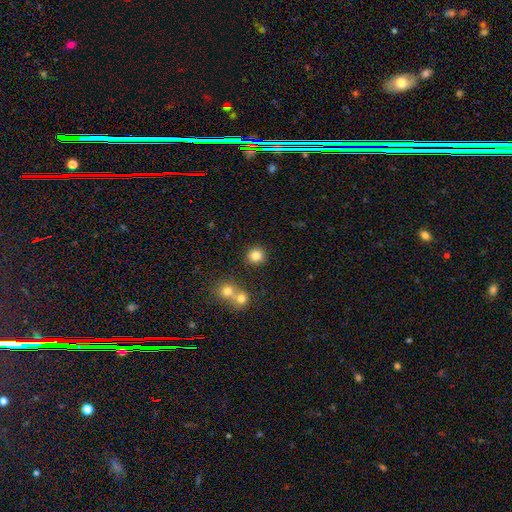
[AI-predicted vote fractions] A smooth galaxy with no disk features (83%) that is round (90%).

Vote fractions:
- Smooth or featured? smooth: 83% / star or artifact: 12% / featured or disk: 5%
- How rounded? round: 90% / in between: 9% / cigar-shaped: 1%
- Merging? none: 85% / minor disturbance: 6% / merger: 6% / major disturbance: 2%